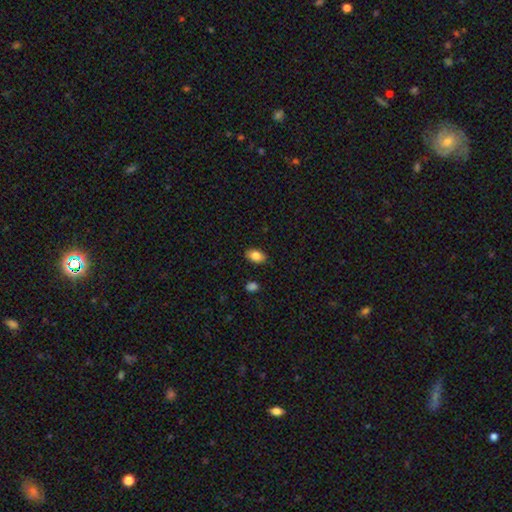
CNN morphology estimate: This appears to be a smooth galaxy with no disk features (84%) that is in between round and cigar-shaped (89%). Merging: none (87%).